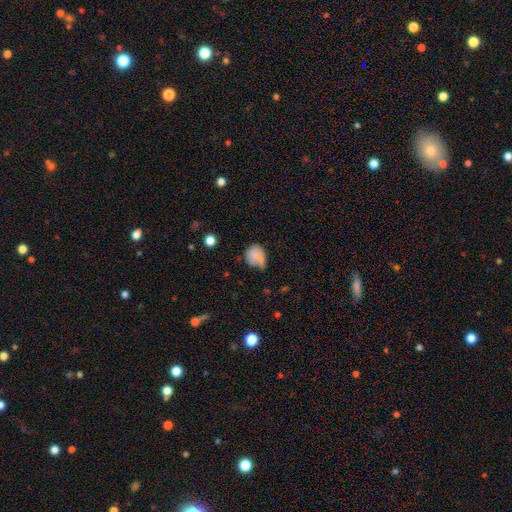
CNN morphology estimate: This appears to be a smooth galaxy with no disk features (78%) that is round (68%). Merging: minor disturbance (39%, tied with none).